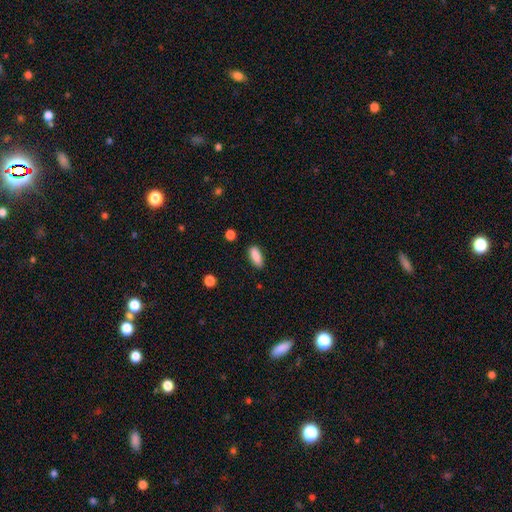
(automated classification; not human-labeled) This appears to be a smooth galaxy with no disk features (88%) that is in between round and cigar-shaped (79%). Merging: none (86%).